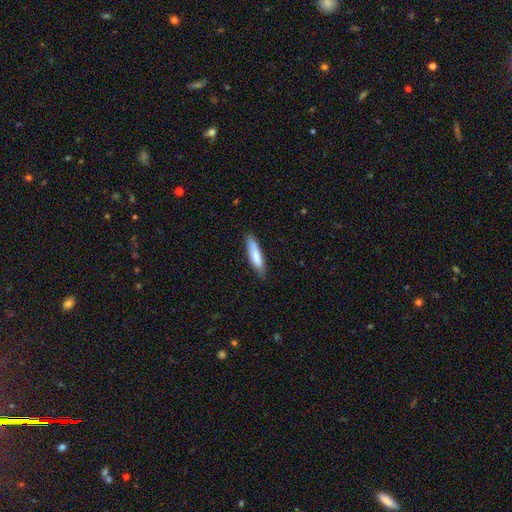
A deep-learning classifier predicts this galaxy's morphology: Overall: smooth (77%). How rounded: cigar-shaped (71%). Merging: none (79%).